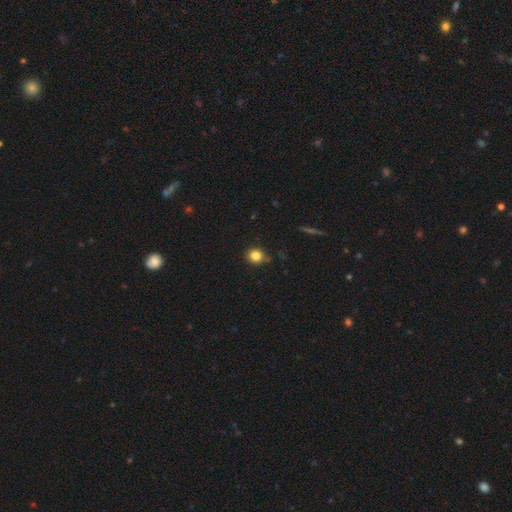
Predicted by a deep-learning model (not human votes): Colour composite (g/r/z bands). It shows a smooth galaxy with no disk features (82%) that is round (87%). Merging: none (84%).